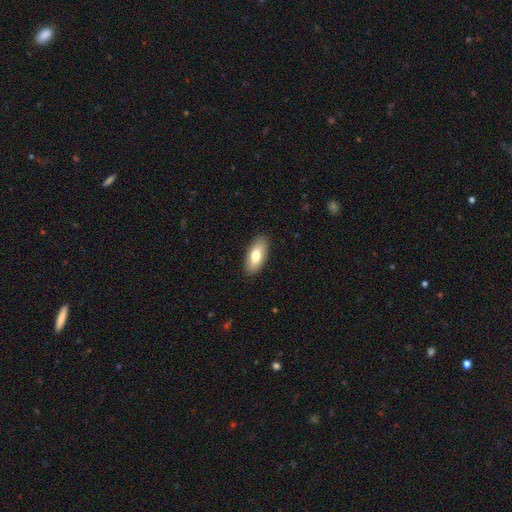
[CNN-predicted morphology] type=smooth (77%); roundness=in between (86%); merging=none (89%).